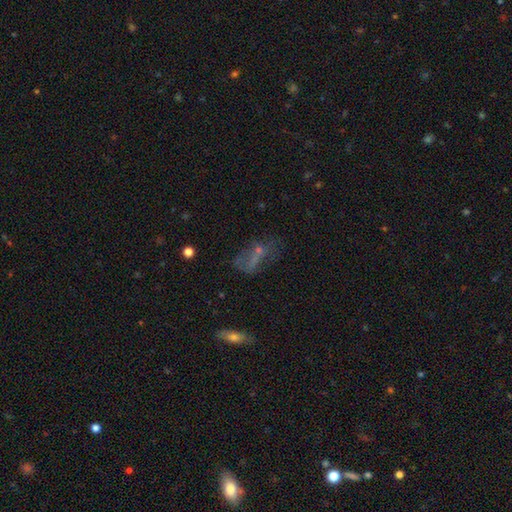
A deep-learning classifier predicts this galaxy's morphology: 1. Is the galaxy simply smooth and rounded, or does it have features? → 40% featured or disk, 36% smooth, 24% star or artifact.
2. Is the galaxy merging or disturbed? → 40% none, 31% major disturbance, 20% minor disturbance, 9% merger.